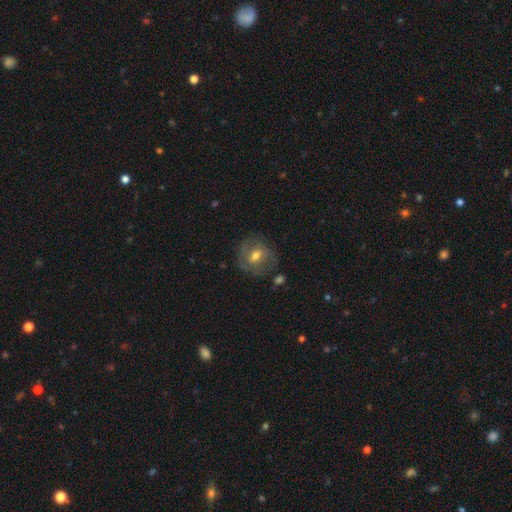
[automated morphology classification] type=featured or disk (49%); merging=none (70%).